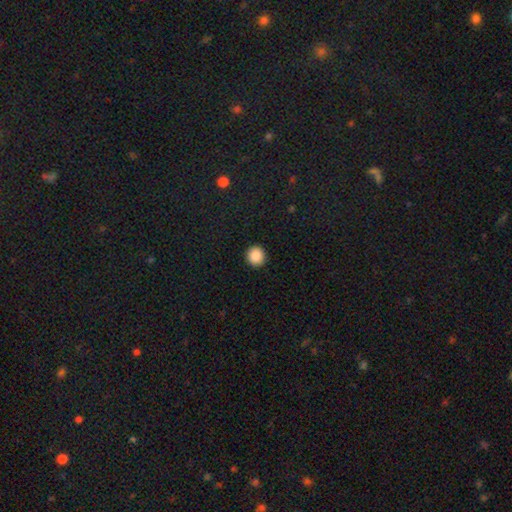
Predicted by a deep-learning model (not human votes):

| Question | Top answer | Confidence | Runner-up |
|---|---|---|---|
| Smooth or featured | smooth | 89% | star or artifact (9%) |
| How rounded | round | 91% | in between (8%) |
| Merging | none | 93% | minor disturbance (5%) |